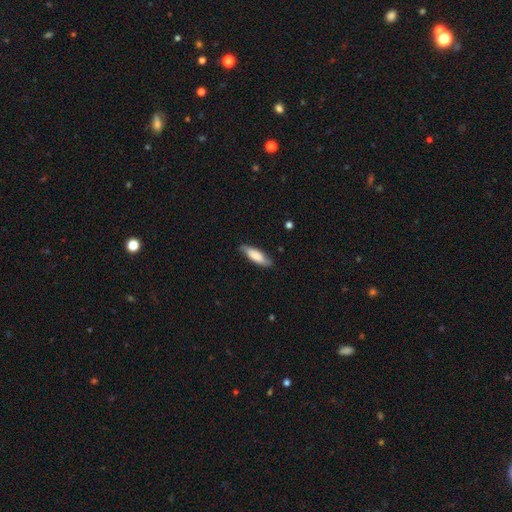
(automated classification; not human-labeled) Overall: smooth (72%). How rounded: in between (53%; cigar-shaped 45%). Merging: none (77%).